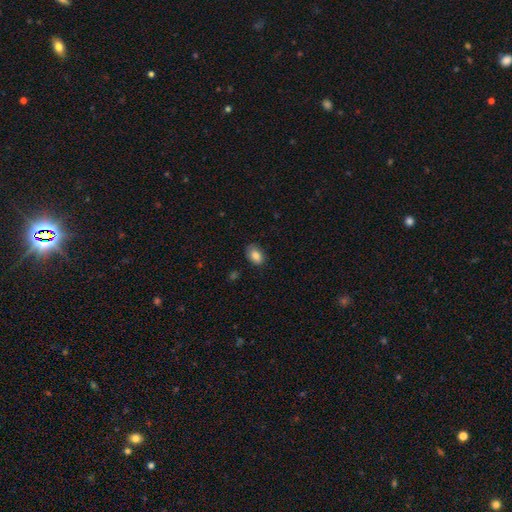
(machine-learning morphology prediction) Smooth or featured? Predicted: smooth (p=0.84). How rounded? Predicted: in between (p=0.84). Merging? Predicted: none (p=0.80).